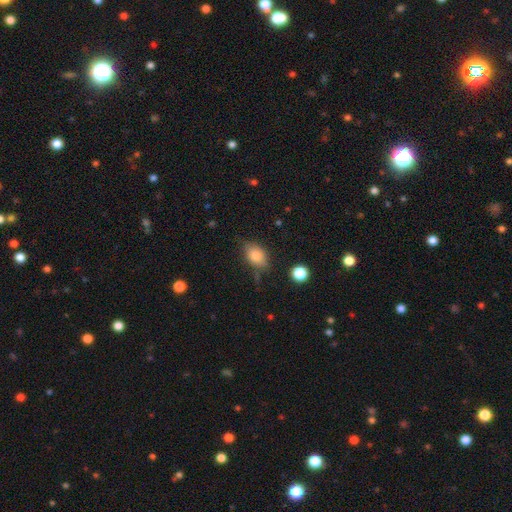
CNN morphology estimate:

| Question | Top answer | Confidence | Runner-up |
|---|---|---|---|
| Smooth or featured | smooth | 80% | featured or disk (11%) |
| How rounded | in between | 82% | round (15%) |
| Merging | none | 65% | minor disturbance (25%) |